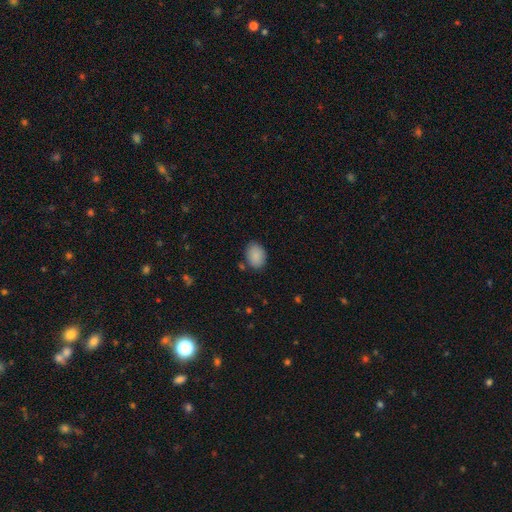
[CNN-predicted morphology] Smooth or featured? Predicted: smooth (p=0.89). How rounded? Predicted: in between (p=0.75). Merging? Predicted: none (p=0.81).